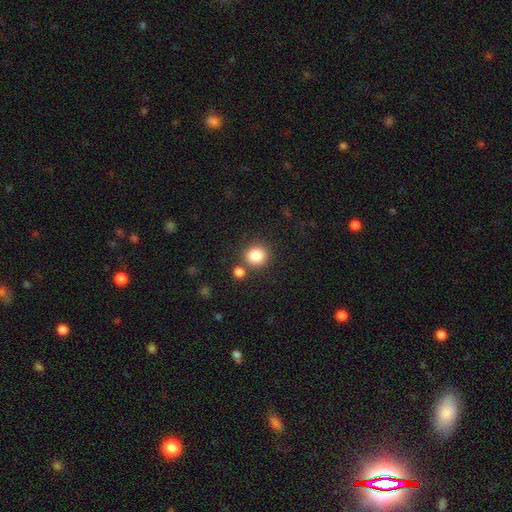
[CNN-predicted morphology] Overall: smooth (84%). How rounded: round (90%). Merging: none (79%).